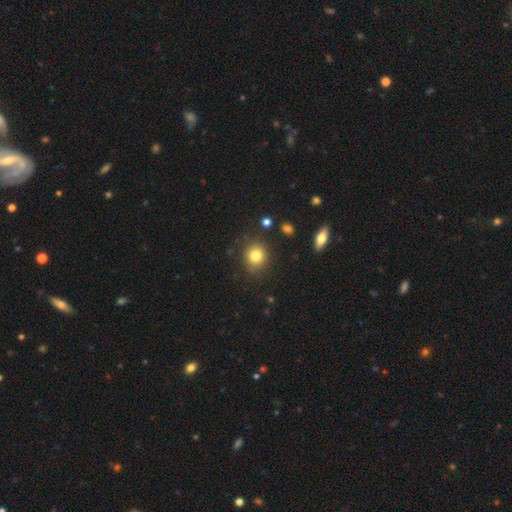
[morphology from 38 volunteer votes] smooth_or_featured: smooth (p=0.84) [alt: featured or disk p=0.08]
how_rounded: round (p=0.91) [alt: in between p=0.09]
merging: none (p=0.86) [alt: minor disturbance p=0.09]